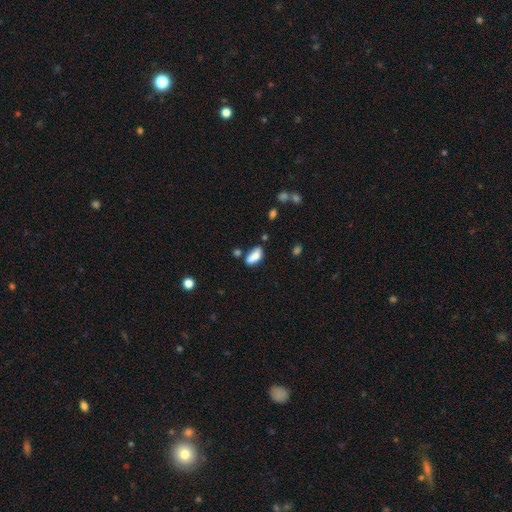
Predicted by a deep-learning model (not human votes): Smooth or featured? Predicted: smooth (p=0.74). How rounded? Predicted: in between (p=0.83). Merging? Predicted: none (p=0.52).